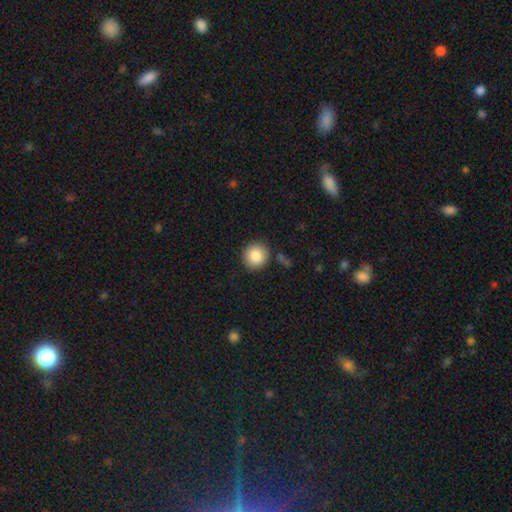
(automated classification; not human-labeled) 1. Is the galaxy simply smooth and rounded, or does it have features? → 86% smooth, 8% star or artifact, 5% featured or disk.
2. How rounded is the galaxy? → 90% round, 9% in between, 1% cigar-shaped.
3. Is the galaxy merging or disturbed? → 88% none, 7% minor disturbance, 2% merger, 2% major disturbance.